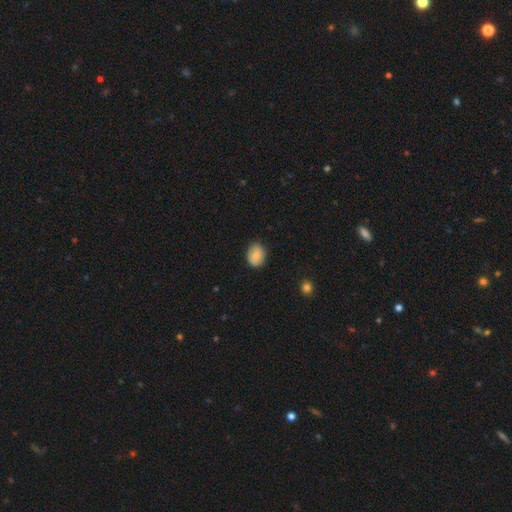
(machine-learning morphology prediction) Smooth or featured? Predicted: smooth (p=0.82). How rounded? Predicted: in between (p=0.57). Merging? Predicted: none (p=0.80).